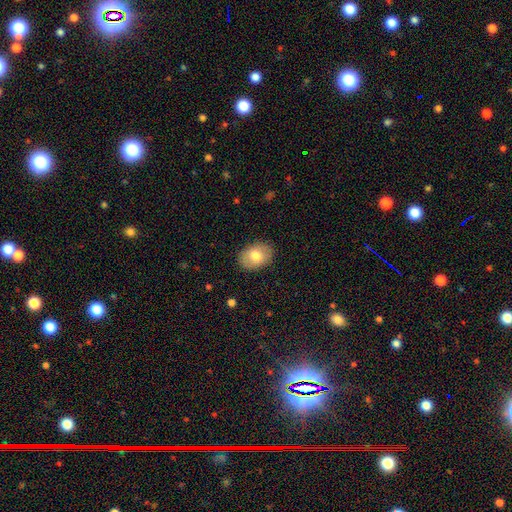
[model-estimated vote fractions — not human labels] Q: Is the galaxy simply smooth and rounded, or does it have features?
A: smooth — 76%.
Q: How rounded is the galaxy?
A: in between — 76%.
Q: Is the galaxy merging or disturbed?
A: none — 88%.